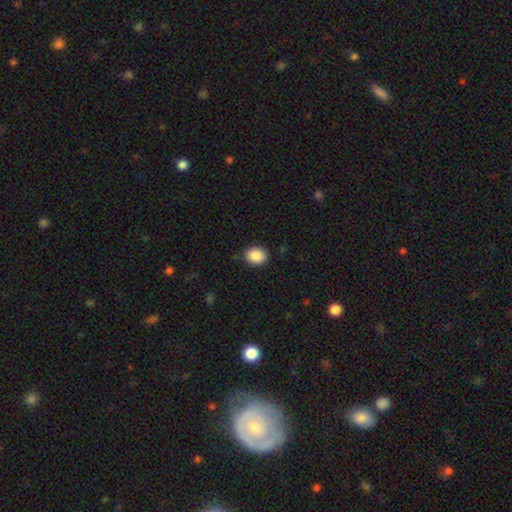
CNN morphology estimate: A smooth galaxy with no disk features (89%) that is round (59%). Merging: none (86%).